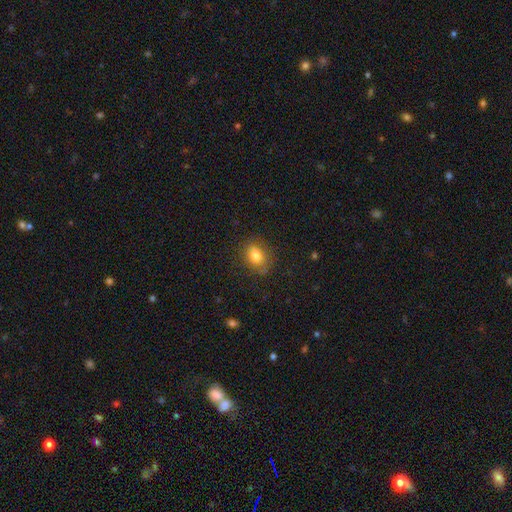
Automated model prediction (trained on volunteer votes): Overall: smooth (80%). How rounded: in between (65%; round 33%). Merging: none (80%).